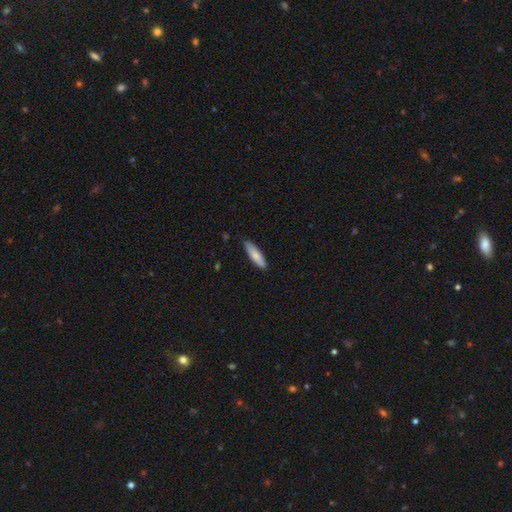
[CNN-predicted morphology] smooth-or-featured: smooth: 81% | featured or disk: 13% | star or artifact: 6%
  how-rounded: cigar-shaped: 66% | in between: 32% | round: 1%
  merging: none: 85% | minor disturbance: 12% | major disturbance: 2% | merger: 1%